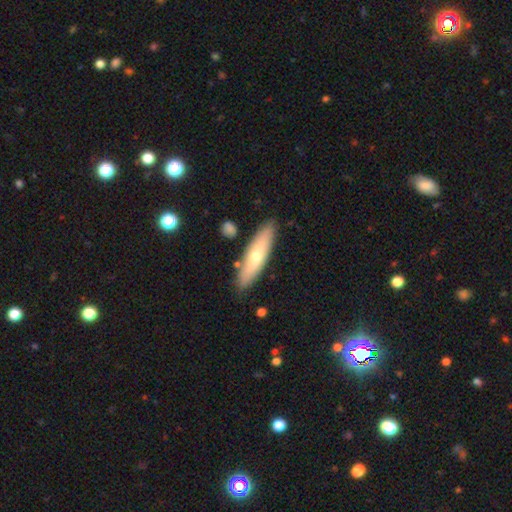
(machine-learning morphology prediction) Q: Smooth or featured?
A: smooth (58%); runner-up: featured or disk (36%)
Q: How rounded?
A: cigar-shaped (71%); runner-up: in between (27%)
Q: Merging?
A: none (86%); runner-up: minor disturbance (10%)